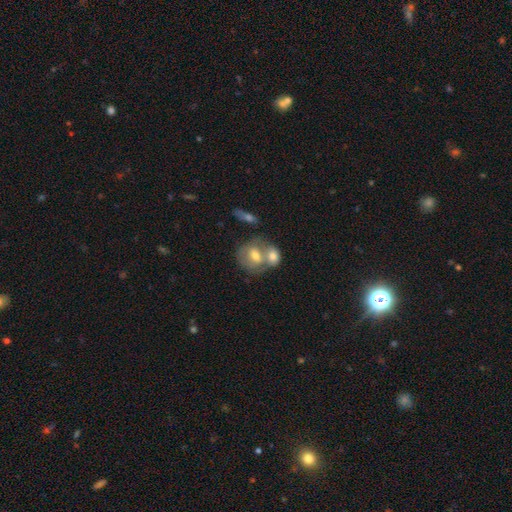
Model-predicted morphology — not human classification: A smooth galaxy with no disk features (54%) that is round (55%). Merging: merger (60%).